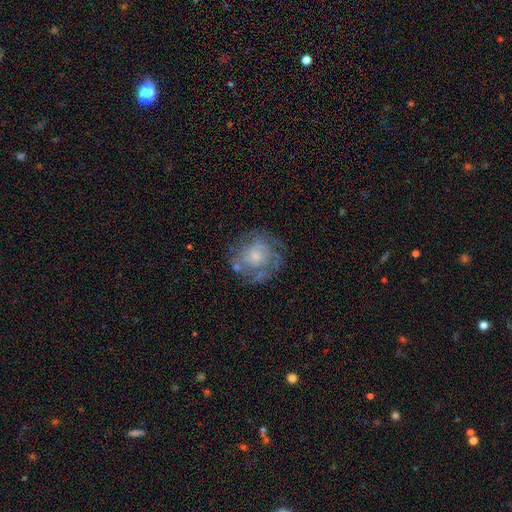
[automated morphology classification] smooth_or_featured: featured or disk (p=0.62) [alt: smooth p=0.29]
disk_edge_on: no (p=0.97) [alt: yes p=0.03]
bar: no (p=0.82) [alt: weak p=0.15]
has_spiral_arms: yes (p=0.60) [alt: no p=0.40]
bulge_size: small (p=0.51) [alt: moderate p=0.33]
merging: none (p=0.65) [alt: minor disturbance p=0.19]